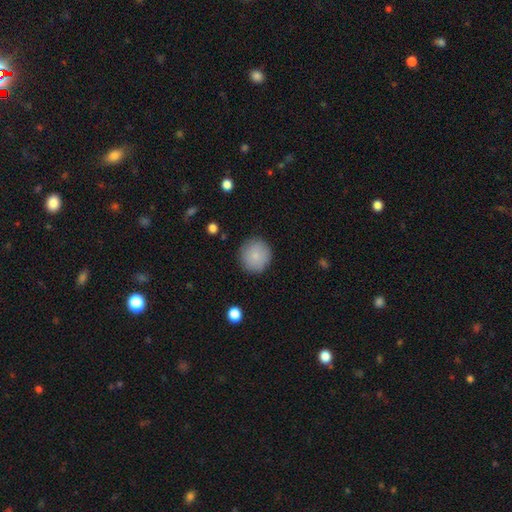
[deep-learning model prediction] Smooth or featured: smooth — 86% (star or artifact — 7%)
How rounded: round — 93% (in between — 6%)
Merging: none — 88% (minor disturbance — 9%)